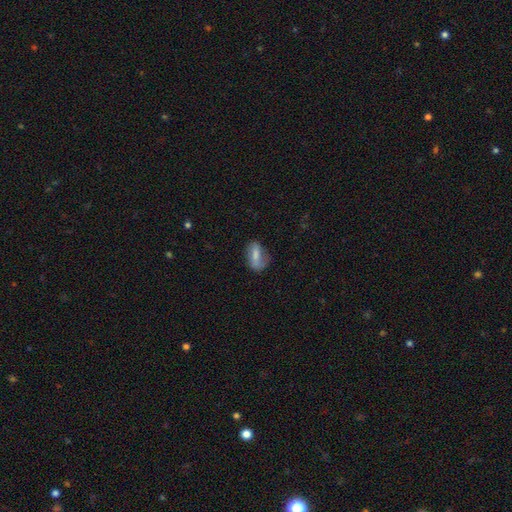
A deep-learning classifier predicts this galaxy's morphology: Q: Smooth or featured?
A: smooth (61%); runner-up: featured or disk (31%)
Q: How rounded?
A: in between (84%); runner-up: round (8%)
Q: Merging?
A: none (51%); runner-up: minor disturbance (28%)